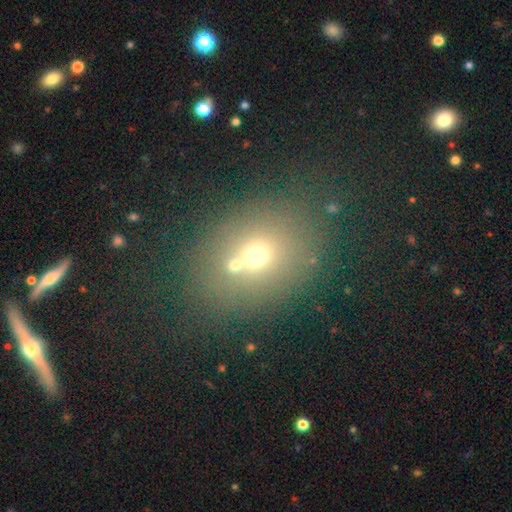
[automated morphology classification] Q: Smooth or featured?
A: smooth (61%); runner-up: star or artifact (21%)
Q: How rounded?
A: round (50%); runner-up: in between (48%)
Q: Merging?
A: none (57%); runner-up: merger (25%)